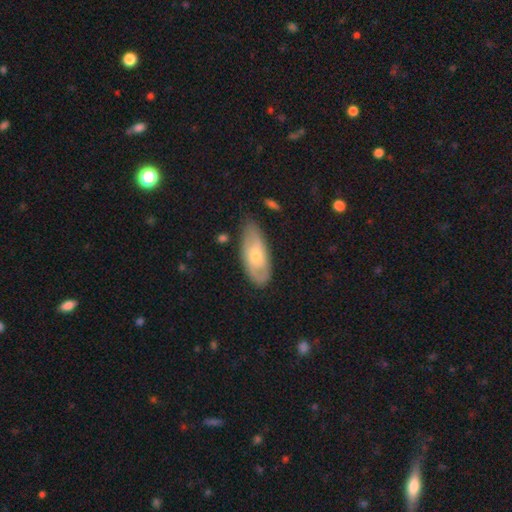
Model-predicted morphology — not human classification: A featured or disk galaxy (52%). Merging: none (71%).